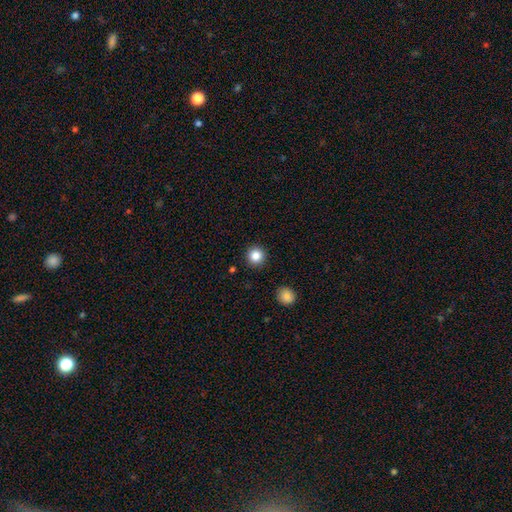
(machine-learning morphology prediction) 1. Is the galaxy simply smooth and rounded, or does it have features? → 85% smooth, 10% star or artifact, 5% featured or disk.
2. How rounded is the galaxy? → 95% round, 4% in between, 1% cigar-shaped.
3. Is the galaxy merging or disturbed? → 92% none, 5% minor disturbance, 2% major disturbance, 2% merger.